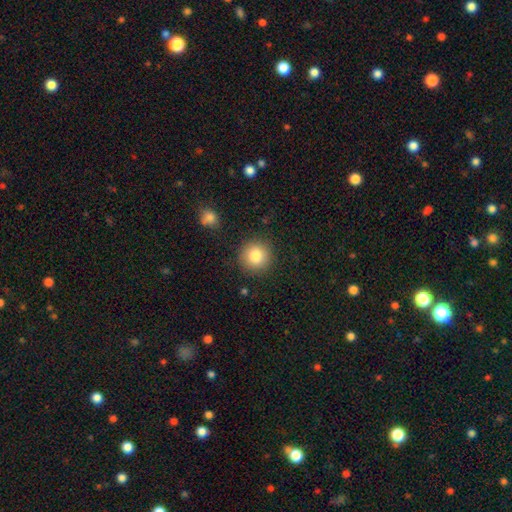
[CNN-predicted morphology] smooth-or-featured: smooth: 82% | star or artifact: 10% | featured or disk: 8%
  how-rounded: round: 94% | in between: 5% | cigar-shaped: 1%
  merging: none: 89% | minor disturbance: 7% | major disturbance: 2% | merger: 2%